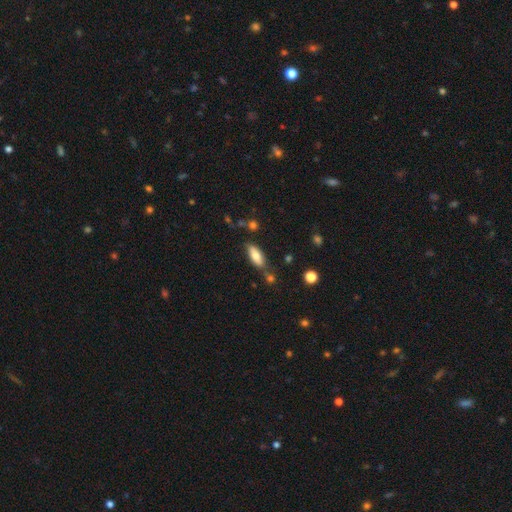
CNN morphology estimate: The model was most divided on "merging": none: 66%, minor disturbance: 19%, merger: 10%, major disturbance: 5%. More confident: smooth or featured — smooth (76%); how rounded — in between (74%).